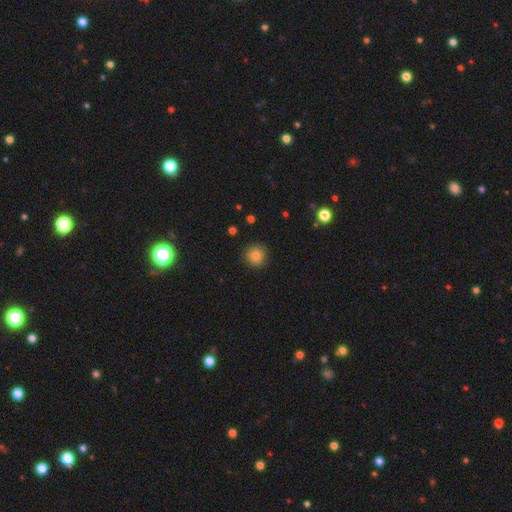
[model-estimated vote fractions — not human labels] This is clearly a smooth galaxy (83%). How rounded: clearly round (94%). Merging: clearly none (90%).